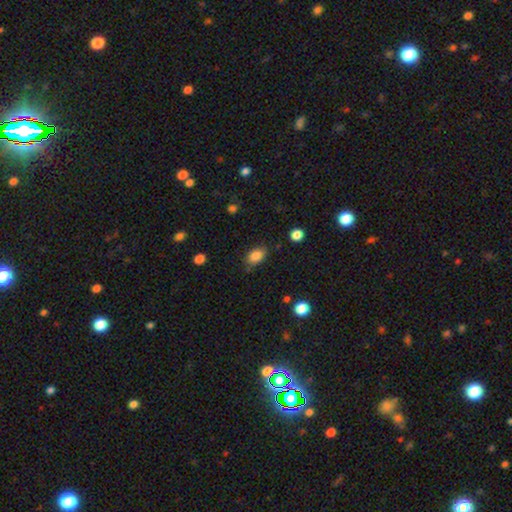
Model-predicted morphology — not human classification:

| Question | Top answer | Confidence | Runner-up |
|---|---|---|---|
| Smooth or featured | smooth | 85% | star or artifact (9%) |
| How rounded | in between | 84% | round (14%) |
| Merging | none | 80% | minor disturbance (14%) |